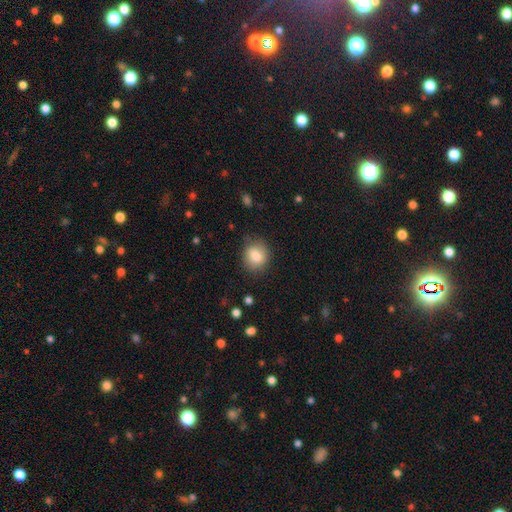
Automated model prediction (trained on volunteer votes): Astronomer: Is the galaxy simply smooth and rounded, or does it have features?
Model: smooth — 84%.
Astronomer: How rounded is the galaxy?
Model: round — 62% (runner-up: in between, 37%).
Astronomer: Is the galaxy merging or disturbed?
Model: none — 77%.